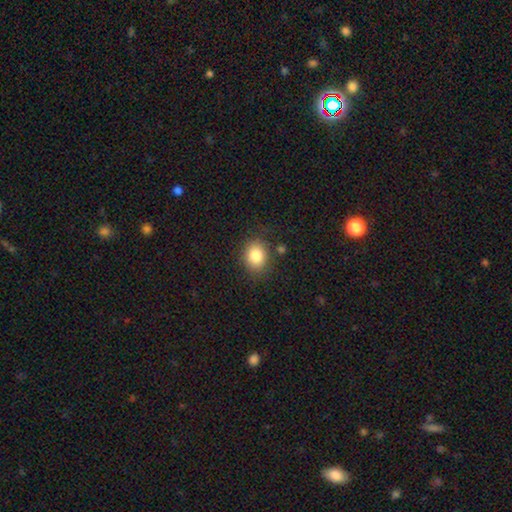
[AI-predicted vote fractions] Morphology: type=smooth (83%); roundness=round (63%); merging=none (81%).